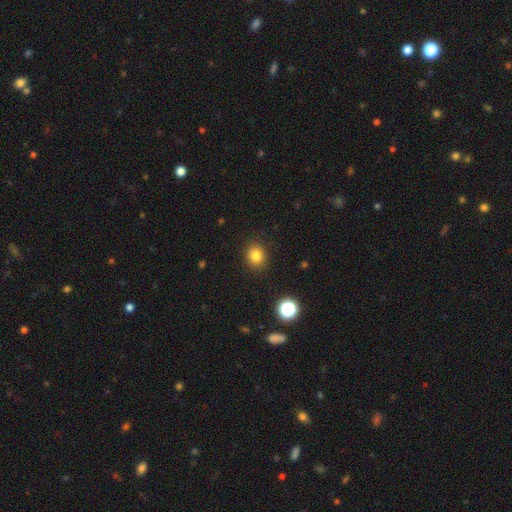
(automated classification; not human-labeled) smooth 82%, star or artifact 13%, featured or disk 5%. Down the decision tree: how rounded — round (75%); merging — none (90%).